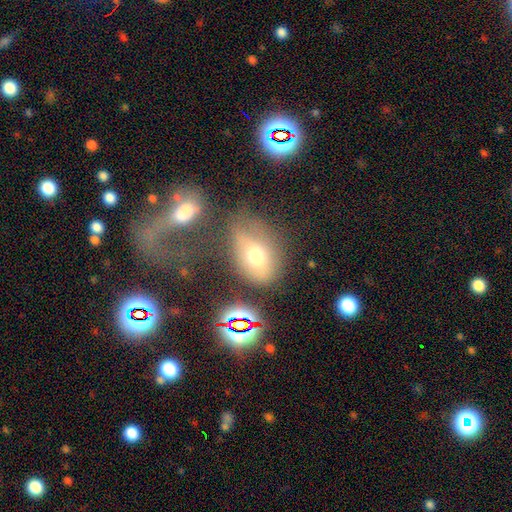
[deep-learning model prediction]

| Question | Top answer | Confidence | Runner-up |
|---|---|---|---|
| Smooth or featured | smooth | 58% | featured or disk (25%) |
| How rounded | in between | 75% | round (23%) |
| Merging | none | 45% | minor disturbance (24%) |